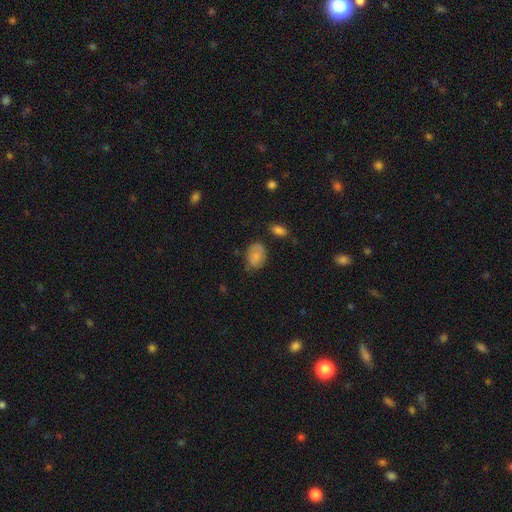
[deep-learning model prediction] smooth_or_featured: smooth (p=0.80) [alt: featured or disk p=0.12]
how_rounded: in between (p=0.80) [alt: round p=0.19]
merging: none (p=0.60) [alt: minor disturbance p=0.29]